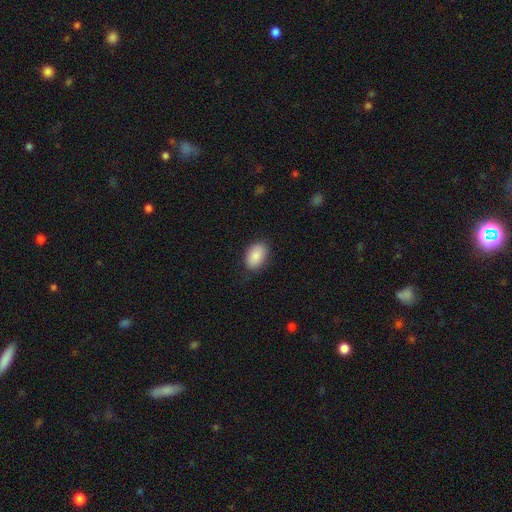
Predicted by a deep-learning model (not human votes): The model was most divided on "merging": none: 82%, minor disturbance: 14%, major disturbance: 3%, merger: 1%. More confident: how rounded — in between (90%); smooth or featured — smooth (88%).